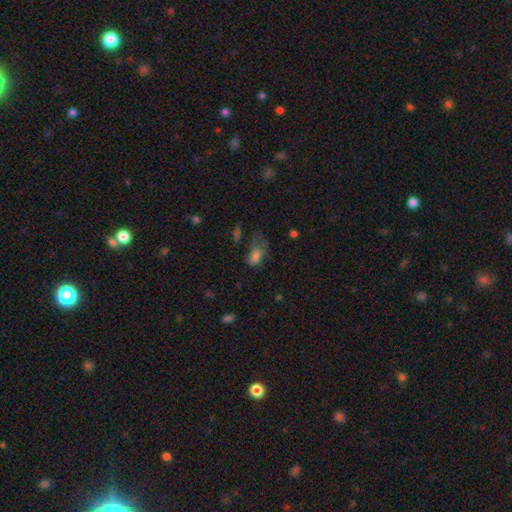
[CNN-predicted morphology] Smooth or featured? Predicted: smooth (p=0.71). How rounded? Predicted: in between (p=0.85). Merging? Predicted: major disturbance (p=0.40).